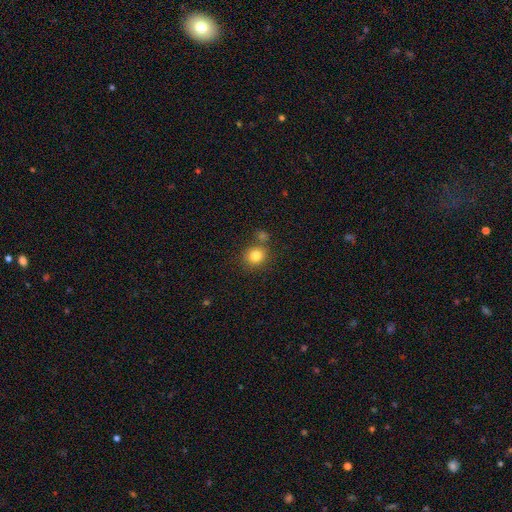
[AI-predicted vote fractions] This appears to be a smooth galaxy with no disk features (82%) that is round (83%). Merging: none (71%).